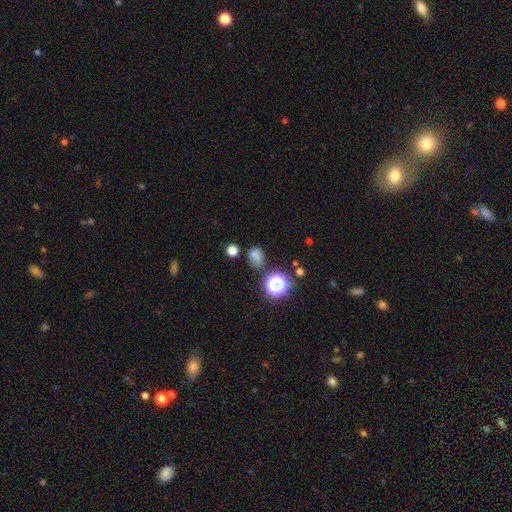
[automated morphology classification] Smooth or featured? Predicted: smooth (p=0.66). How rounded? Predicted: in between (p=0.53). Merging? Predicted: none (p=0.60).